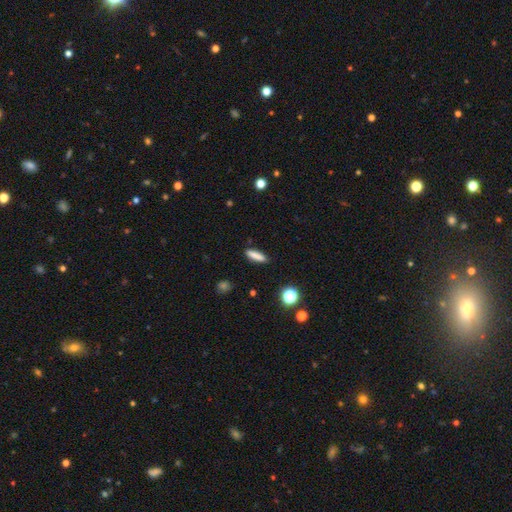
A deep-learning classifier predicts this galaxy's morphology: type=smooth (82%); roundness=cigar-shaped (74%); merging=none (88%).